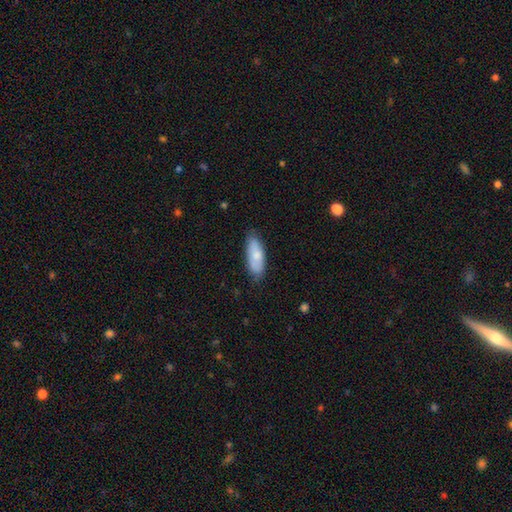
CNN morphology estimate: Smooth or featured: smooth — 77% (featured or disk — 17%)
How rounded: in between — 71% (cigar-shaped — 27%)
Merging: none — 78% (minor disturbance — 18%)